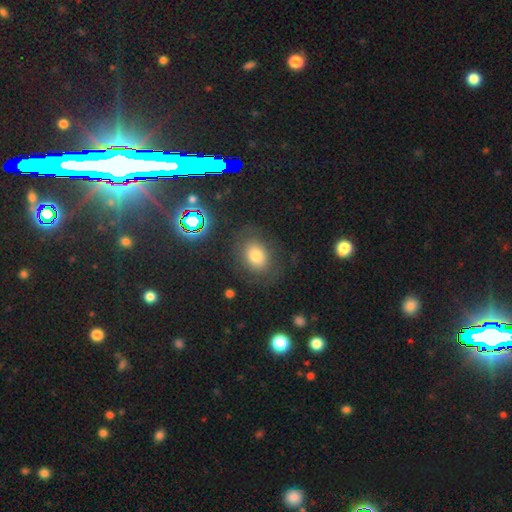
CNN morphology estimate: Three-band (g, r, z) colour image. It shows a smooth galaxy with no disk features (68%) that is in between round and cigar-shaped (63%). Merging: none (75%).